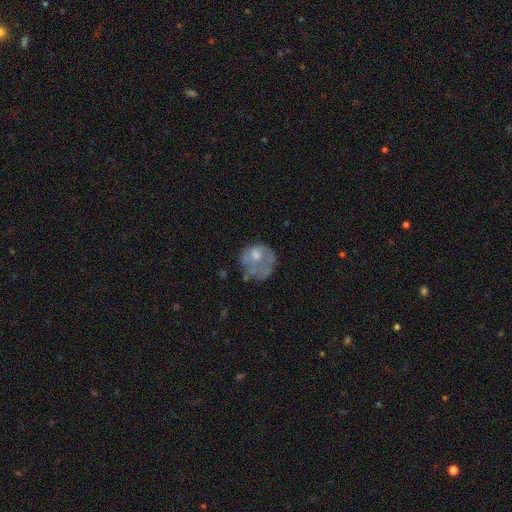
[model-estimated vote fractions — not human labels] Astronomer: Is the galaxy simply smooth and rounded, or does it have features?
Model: featured or disk — 45% (runner-up: smooth, 44%).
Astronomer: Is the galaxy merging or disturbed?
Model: none — 41% (runner-up: major disturbance, 30%).